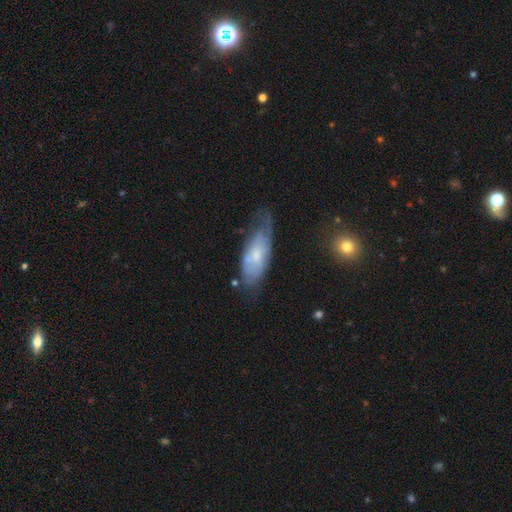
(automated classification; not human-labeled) Smooth or featured: featured or disk — 47% (smooth — 46%)
Merging: minor disturbance — 38% (none — 37%)